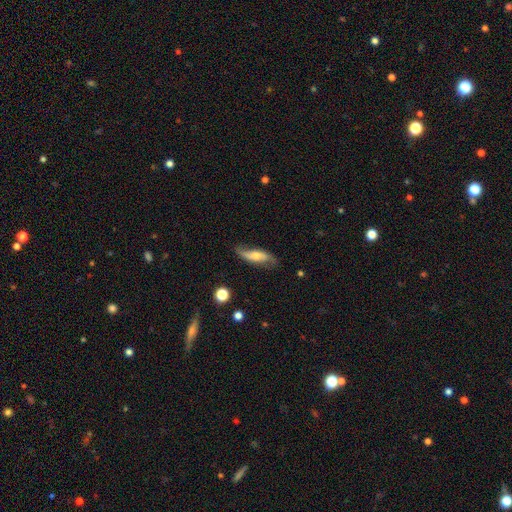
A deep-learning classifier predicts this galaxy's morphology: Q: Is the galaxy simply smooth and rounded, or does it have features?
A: featured or disk — 59%.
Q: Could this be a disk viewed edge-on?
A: no — 79%.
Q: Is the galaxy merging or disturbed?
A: none — 65%.